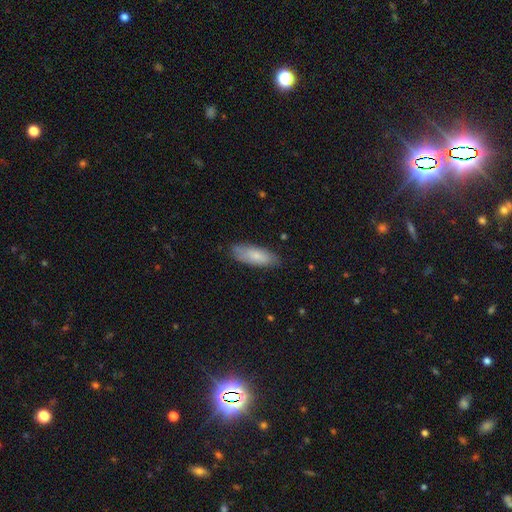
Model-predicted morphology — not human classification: Smooth or featured?
  - smooth: 77% *
  - featured or disk: 17%
  - star or artifact: 6%
How rounded?
  - in between: 70% *
  - cigar-shaped: 29%
  - round: 2%
Merging?
  - none: 77% *
  - minor disturbance: 18%
  - major disturbance: 3%
  - merger: 1%